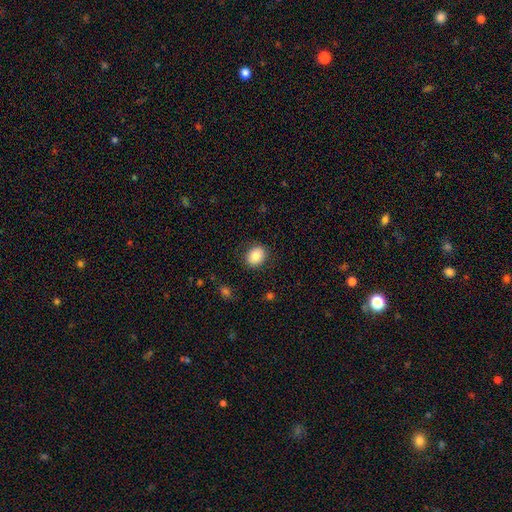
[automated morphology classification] smooth 84%, star or artifact 8%, featured or disk 8%. Down the decision tree: how rounded — round (53%); merging — none (86%).